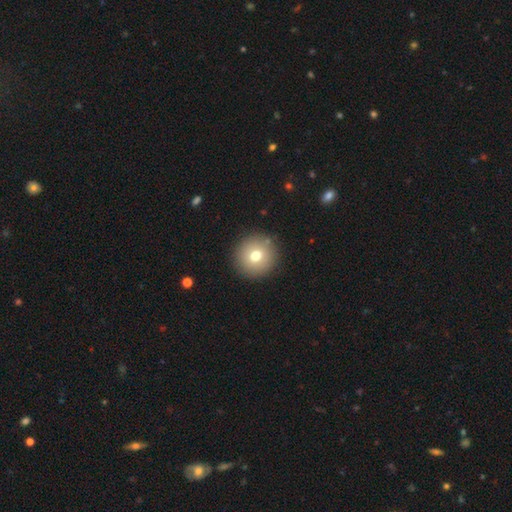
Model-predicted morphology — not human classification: The model was most divided on "smooth or featured": smooth: 73%, featured or disk: 15%, star or artifact: 12%. More confident: how rounded — round (95%); merging — none (90%).